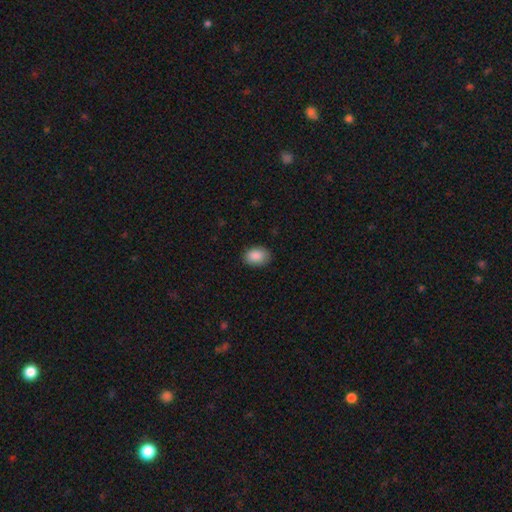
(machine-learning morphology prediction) A smooth galaxy with no disk features (89%) that is in between round and cigar-shaped (79%). Merging: none (84%).